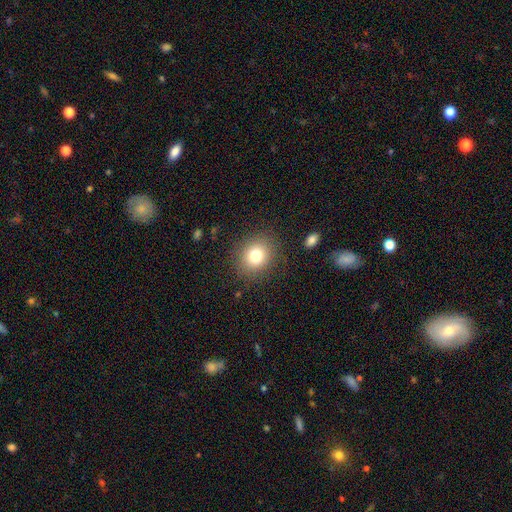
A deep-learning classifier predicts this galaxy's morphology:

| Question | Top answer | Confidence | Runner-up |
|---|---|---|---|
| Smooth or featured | smooth | 78% | star or artifact (12%) |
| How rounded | round | 73% | in between (26%) |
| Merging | none | 86% | minor disturbance (9%) |